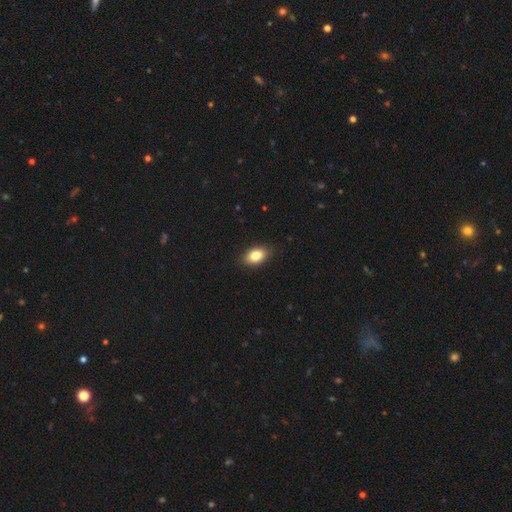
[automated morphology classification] smooth_or_featured: smooth (p=0.84) [alt: featured or disk p=0.08]
how_rounded: in between (p=0.87) [alt: round p=0.11]
merging: none (p=0.88) [alt: minor disturbance p=0.09]